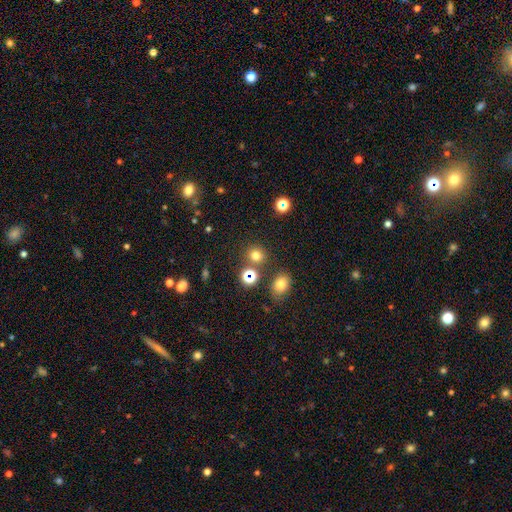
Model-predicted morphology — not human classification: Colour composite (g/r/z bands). It shows a smooth galaxy with no disk features (72%) that is round (83%). Merging: none (80%).